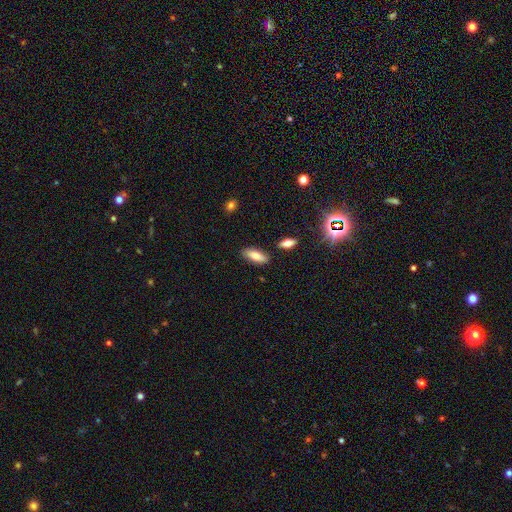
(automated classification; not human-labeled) smooth-or-featured: smooth: 78% | featured or disk: 15% | star or artifact: 8%
  how-rounded: in between: 76% | cigar-shaped: 21% | round: 2%
  merging: none: 83% | minor disturbance: 11% | merger: 4% | major disturbance: 2%